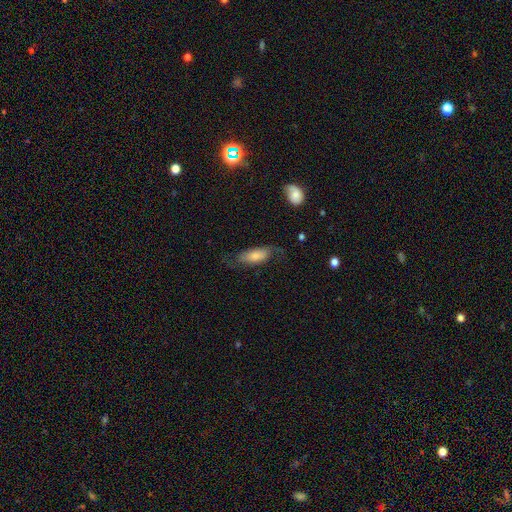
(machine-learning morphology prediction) Smooth or featured: smooth — 60% (featured or disk — 33%)
How rounded: in between — 77% (cigar-shaped — 20%)
Merging: none — 56% (minor disturbance — 24%)